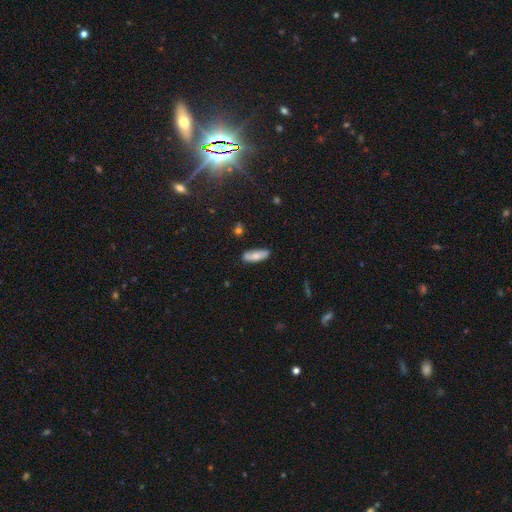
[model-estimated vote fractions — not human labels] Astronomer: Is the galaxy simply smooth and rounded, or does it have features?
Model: smooth — 71%.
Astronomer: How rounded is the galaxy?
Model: in between — 61%.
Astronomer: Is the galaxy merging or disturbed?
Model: none — 76%.